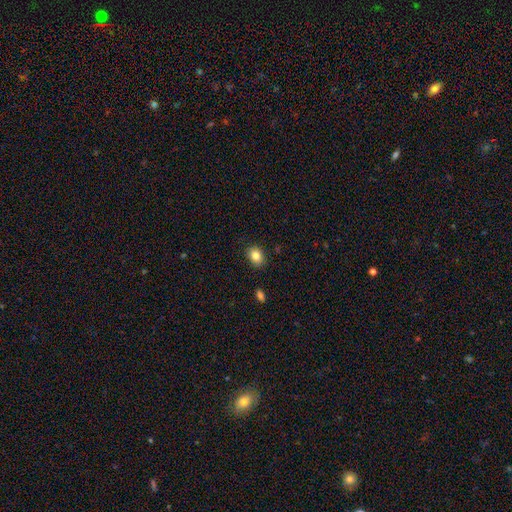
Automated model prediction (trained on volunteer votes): smooth 83%, star or artifact 9%, featured or disk 7%. Down the decision tree: how rounded — in between (60%); merging — none (88%).